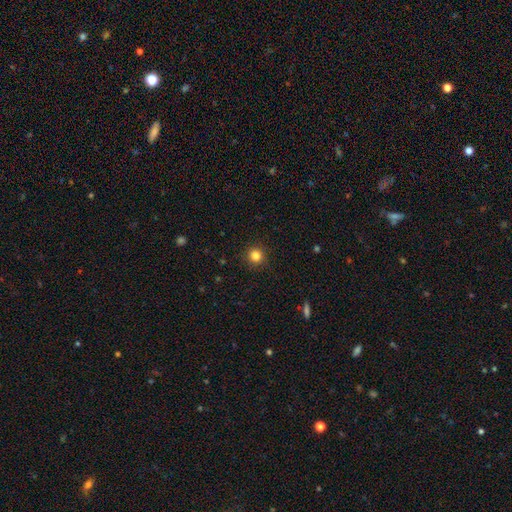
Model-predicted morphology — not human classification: smooth 83%, star or artifact 12%, featured or disk 5%. Down the decision tree: how rounded — round (94%); merging — none (91%).